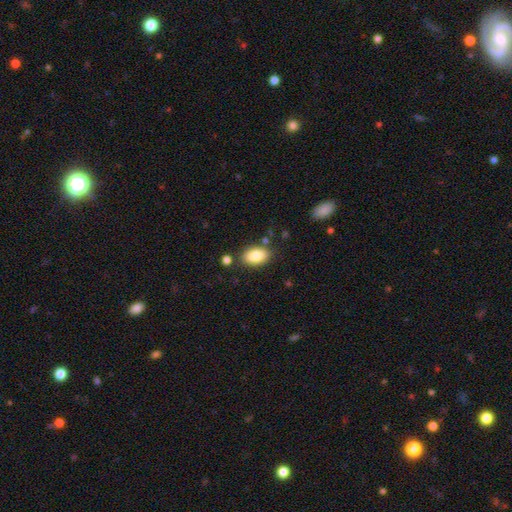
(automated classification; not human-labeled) A smooth galaxy with no disk features (85%) that is in between round and cigar-shaped (92%). Merging: none (81%).